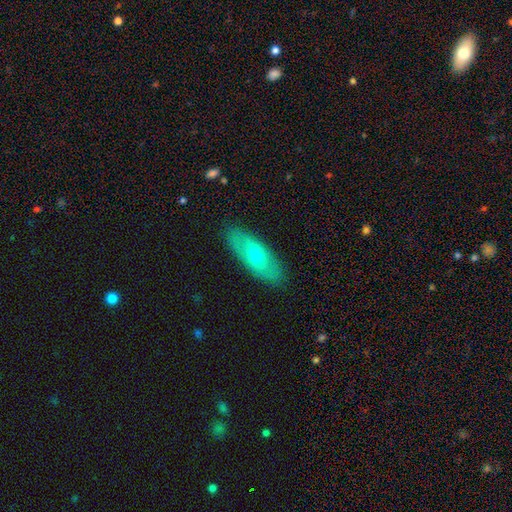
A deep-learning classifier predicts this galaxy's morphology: Smooth or featured? Predicted: smooth (p=0.58). How rounded? Predicted: in between (p=0.72). Merging? Predicted: none (p=0.86).